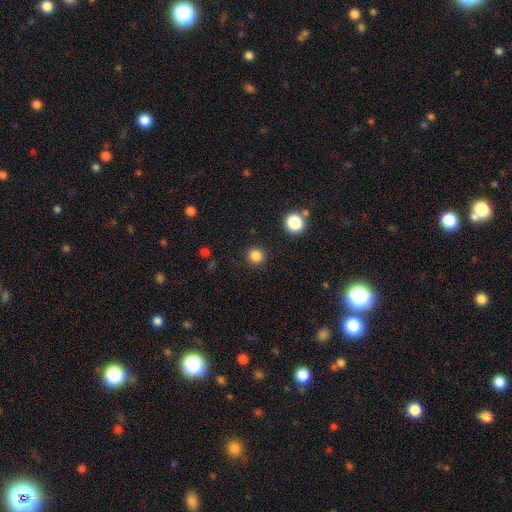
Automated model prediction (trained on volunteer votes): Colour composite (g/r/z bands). It shows a smooth galaxy with no disk features (84%) that is round (94%). Merging: none (90%).